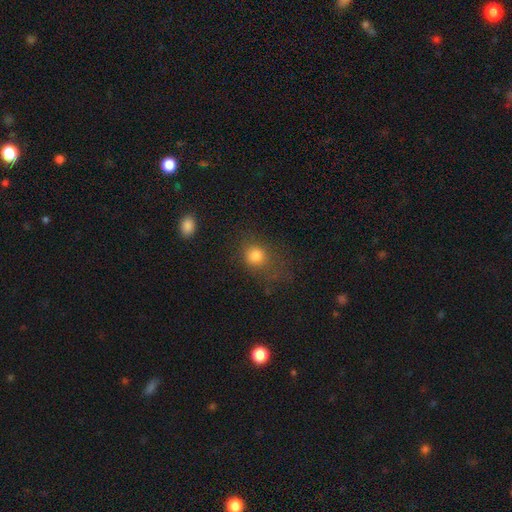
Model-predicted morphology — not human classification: This appears to be a smooth galaxy with no disk features (80%) that is round (72%). Merging: none (60%).